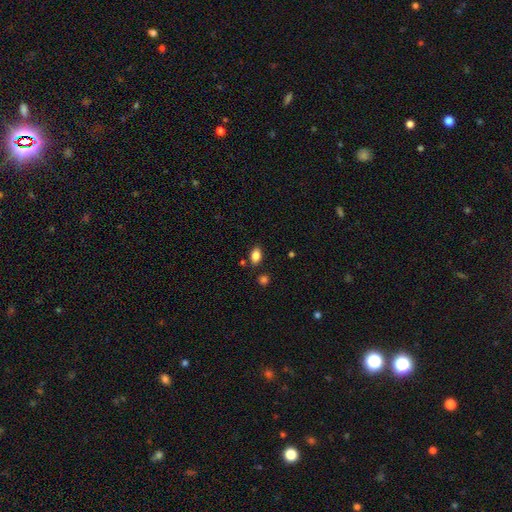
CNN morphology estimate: Smooth or featured? Predicted: smooth (p=0.86). How rounded? Predicted: in between (p=0.88). Merging? Predicted: none (p=0.82).